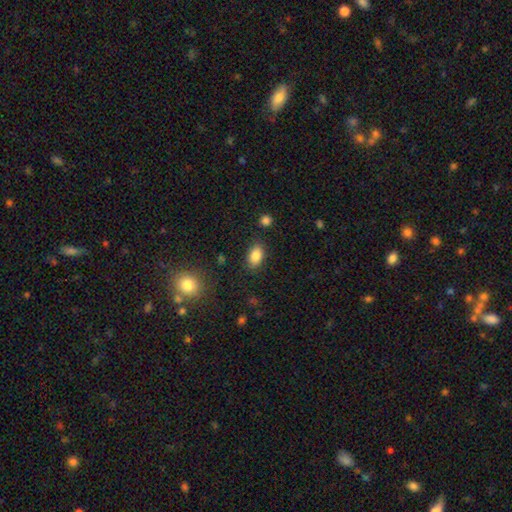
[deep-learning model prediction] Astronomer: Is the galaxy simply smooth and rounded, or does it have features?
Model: smooth — 85%.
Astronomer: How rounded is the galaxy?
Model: in between — 89%.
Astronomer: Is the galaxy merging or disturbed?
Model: none — 84%.